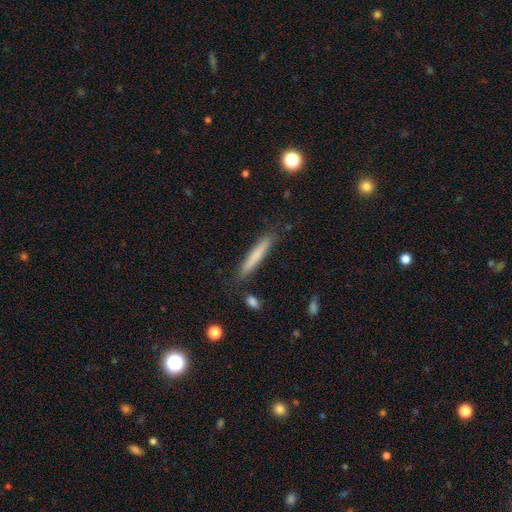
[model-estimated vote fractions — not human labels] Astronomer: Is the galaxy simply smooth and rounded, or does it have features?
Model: smooth — 71%.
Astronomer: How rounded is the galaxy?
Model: cigar-shaped — 95%.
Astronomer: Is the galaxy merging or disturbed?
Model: none — 87%.